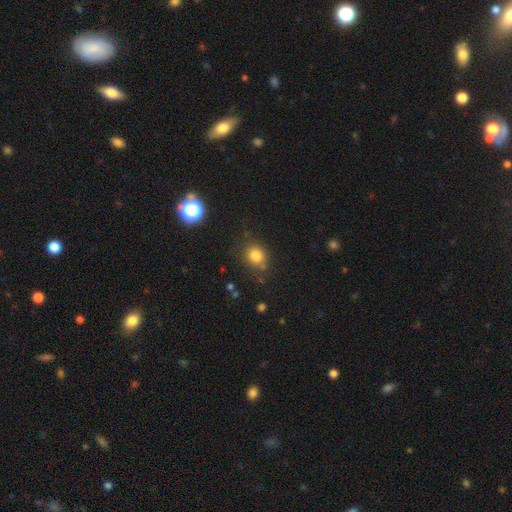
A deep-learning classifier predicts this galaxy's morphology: The model was most divided on "how rounded": round: 75%, in between: 24%, cigar-shaped: 1%. More confident: smooth or featured — smooth (81%); merging — none (78%).